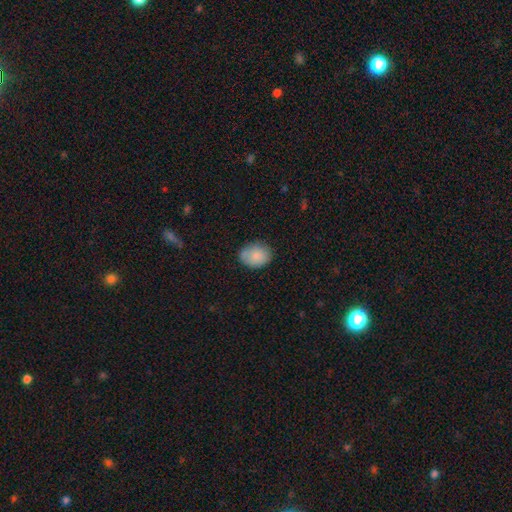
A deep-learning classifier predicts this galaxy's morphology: Smooth or featured: smooth — 84% (featured or disk — 9%)
How rounded: in between — 60% (round — 39%)
Merging: none — 76% (minor disturbance — 19%)